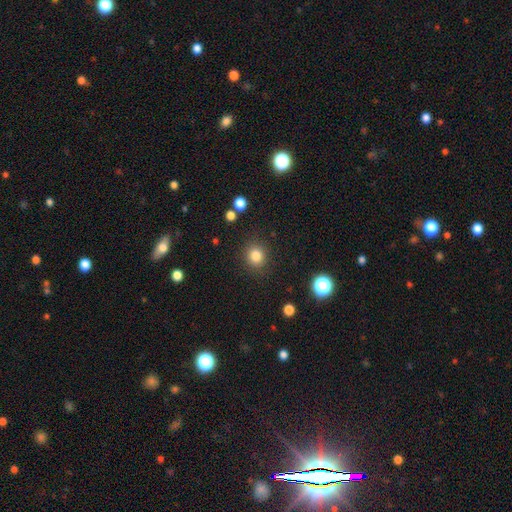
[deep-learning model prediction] smooth_or_featured: smooth (p=0.83) [alt: star or artifact p=0.12]
how_rounded: round (p=0.84) [alt: in between p=0.15]
merging: none (p=0.87) [alt: minor disturbance p=0.08]